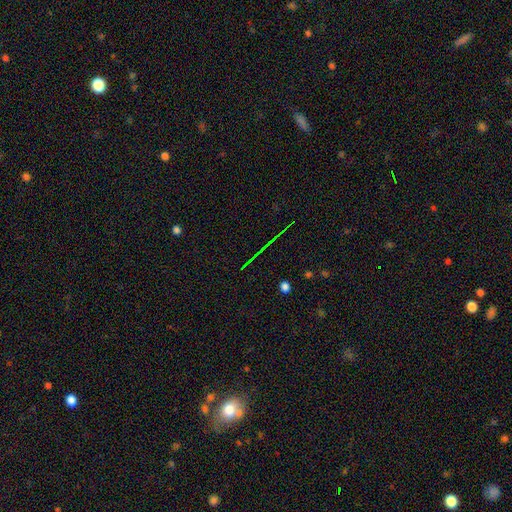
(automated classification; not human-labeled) Smooth or featured?
  - star or artifact: 70% *
  - smooth: 15%
  - featured or disk: 15%